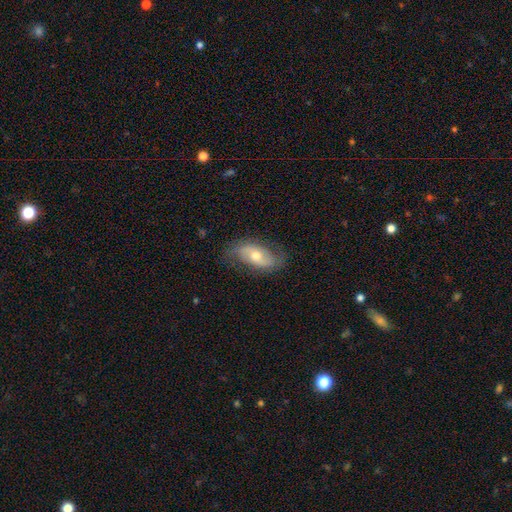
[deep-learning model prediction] A featured or disk galaxy (65%) with no bar (55%), spiral arms (81%) and a moderate central bulge (70%).

Vote fractions:
- Smooth or featured? featured or disk: 65% / smooth: 28% / star or artifact: 7%
- Edge-on disk? no: 91% / yes: 9%
- Bar? no: 55% / weak: 31% / strong: 14%
- Spiral arms? yes: 81% / no: 19%
- Bulge size? moderate: 70% / small: 22% / large: 5% / none: 1% / dominant: 1%
- Merging? none: 74% / minor disturbance: 19% / major disturbance: 7% / merger: 1%